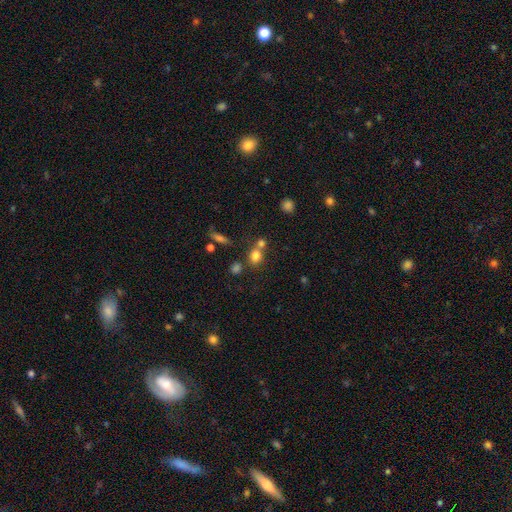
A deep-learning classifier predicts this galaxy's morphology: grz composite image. It shows a smooth galaxy with no disk features (77%) that is round (65%). Merging: none (52%).